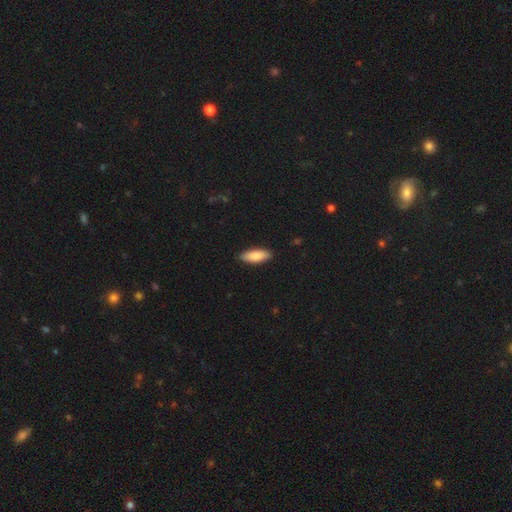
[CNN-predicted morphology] smooth 84%, featured or disk 10%, star or artifact 5%. Down the decision tree: how rounded — in between (70%); merging — none (89%).